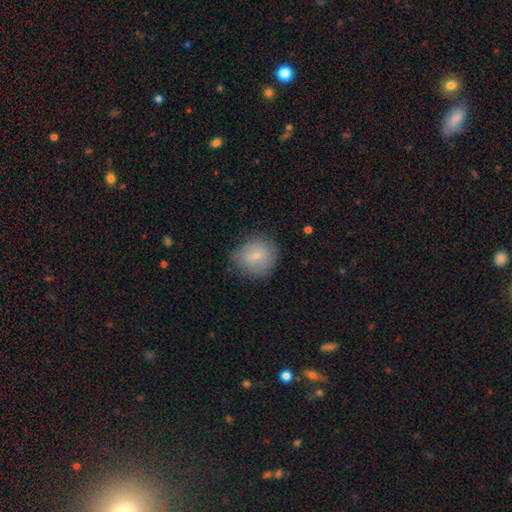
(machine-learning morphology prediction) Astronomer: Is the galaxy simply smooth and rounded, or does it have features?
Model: smooth — 74%.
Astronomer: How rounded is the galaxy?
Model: round — 81%.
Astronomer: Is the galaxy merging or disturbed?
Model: none — 74%.